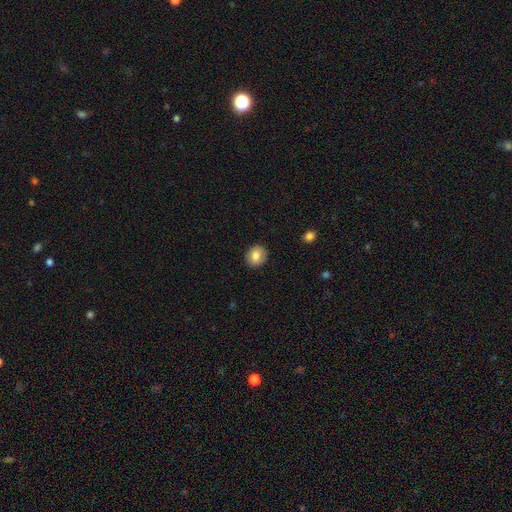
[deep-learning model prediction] smooth 82%, featured or disk 10%, star or artifact 8%. Down the decision tree: how rounded — round (71%); merging — none (91%).